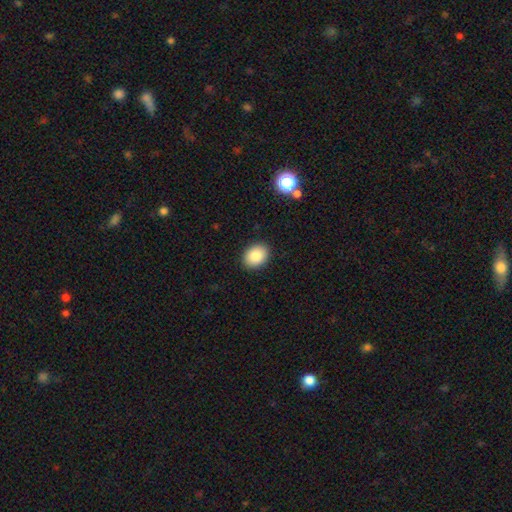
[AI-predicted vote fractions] Overall: smooth (86%). How rounded: in between (63%; round 36%). Merging: none (90%).